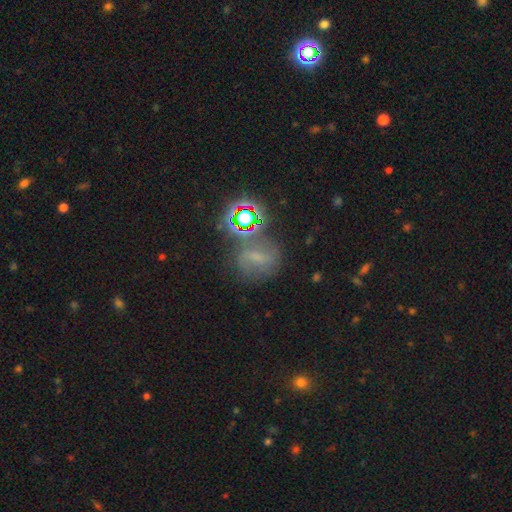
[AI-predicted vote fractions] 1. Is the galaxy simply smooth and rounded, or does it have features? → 38% star or artifact, 34% smooth, 27% featured or disk.